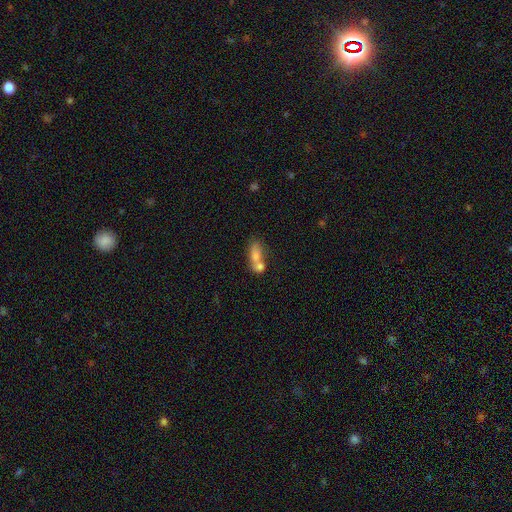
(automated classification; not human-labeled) smooth_or_featured: smooth (p=0.72) [alt: featured or disk p=0.17]
how_rounded: in between (p=0.72) [alt: cigar-shaped p=0.15]
merging: merger (p=0.54) [alt: none p=0.31]